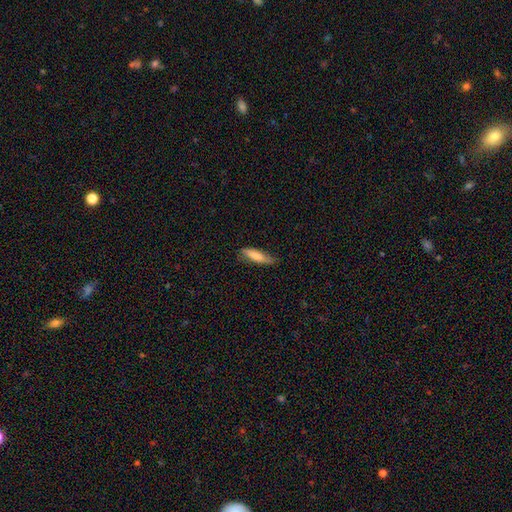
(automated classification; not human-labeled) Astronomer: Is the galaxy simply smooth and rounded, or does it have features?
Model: smooth — 81%.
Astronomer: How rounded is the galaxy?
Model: cigar-shaped — 63%.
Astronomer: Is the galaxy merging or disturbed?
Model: none — 73%.